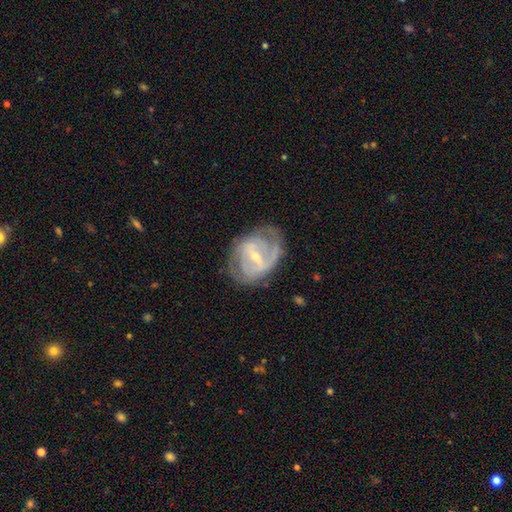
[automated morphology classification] A featured or disk galaxy (82%) with a strong bar (47%), 2 (54%) medium (43%) spiral arms (79%) and a small central bulge (64%).

Vote fractions:
- Smooth or featured? featured or disk: 82% / smooth: 12% / star or artifact: 6%
- Edge-on disk? no: 96% / yes: 4%
- Bar? strong: 47% / weak: 41% / no: 12%
- Spiral arms? yes: 79% / no: 21%
- Spiral winding? medium: 43% / tight: 39% / loose: 18%
- Spiral arm count? 2: 54% / can't tell: 27% / 3: 8% / 1: 7% / 4: 3% / more than 4: 2%
- Bulge size? small: 64% / moderate: 32% / none: 2% / large: 1% / dominant: 1%
- Merging? none: 60% / minor disturbance: 23% / major disturbance: 16% / merger: 2%